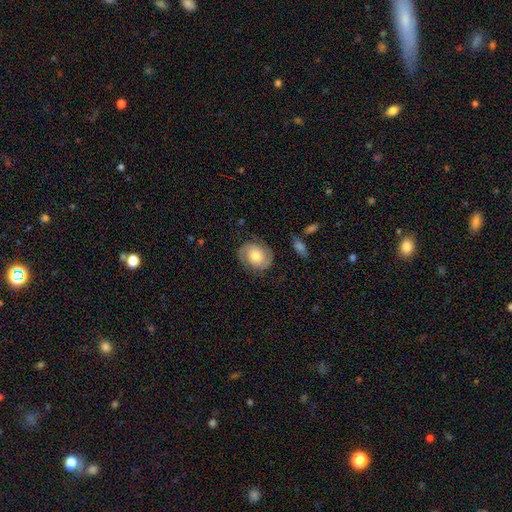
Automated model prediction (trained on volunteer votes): A featured or disk galaxy (69%) with no bar (74%), 2 (88%) tight (51%) spiral arms (91%) and a moderate central bulge (62%). Merging: none (79%).